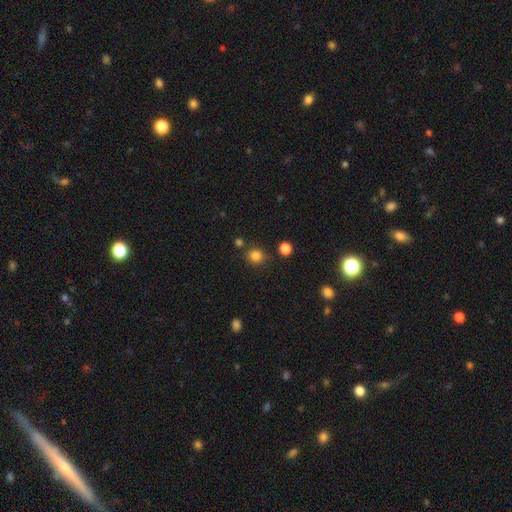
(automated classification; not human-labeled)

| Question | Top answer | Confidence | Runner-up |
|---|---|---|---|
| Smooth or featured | smooth | 83% | star or artifact (13%) |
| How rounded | round | 88% | in between (11%) |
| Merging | none | 82% | minor disturbance (9%) |